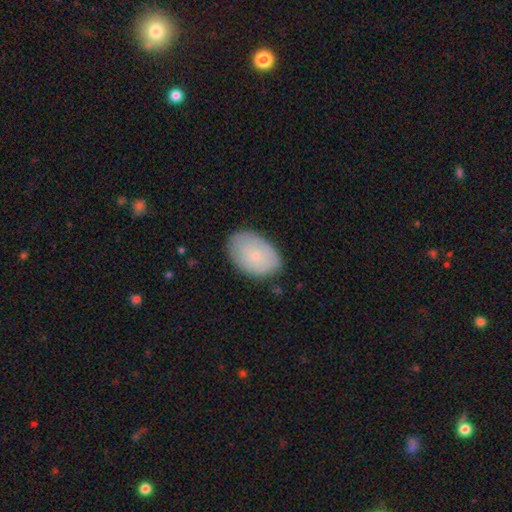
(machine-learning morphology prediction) This is likely a smooth galaxy (70%). How rounded: clearly in between (86%). Merging: likely none (78%).